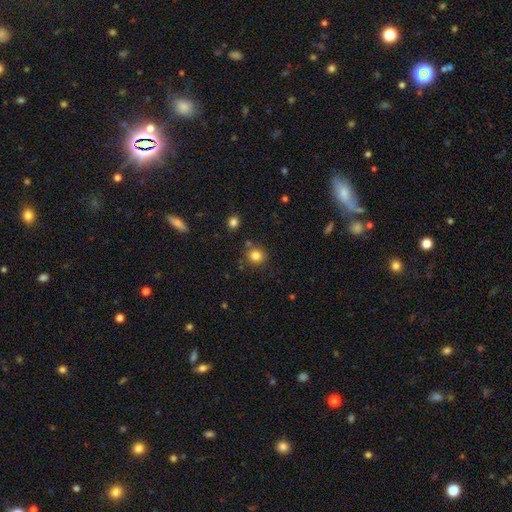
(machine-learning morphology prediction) smooth_or_featured: smooth (p=0.82) [alt: star or artifact p=0.12]
how_rounded: round (p=0.88) [alt: in between p=0.11]
merging: none (p=0.81) [alt: minor disturbance p=0.09]